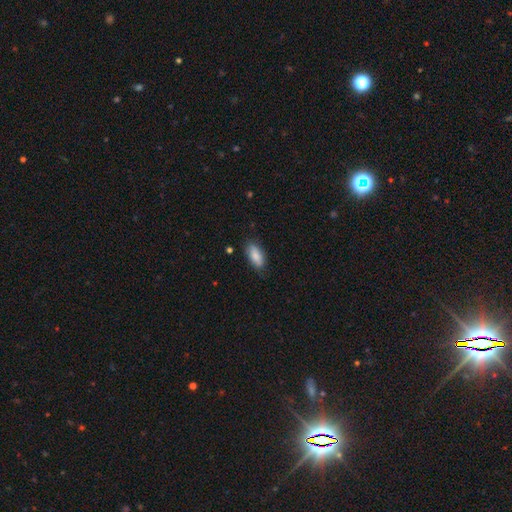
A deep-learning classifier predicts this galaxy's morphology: This is clearly a smooth galaxy (84%). How rounded: clearly in between (86%). Merging: likely none (79%).